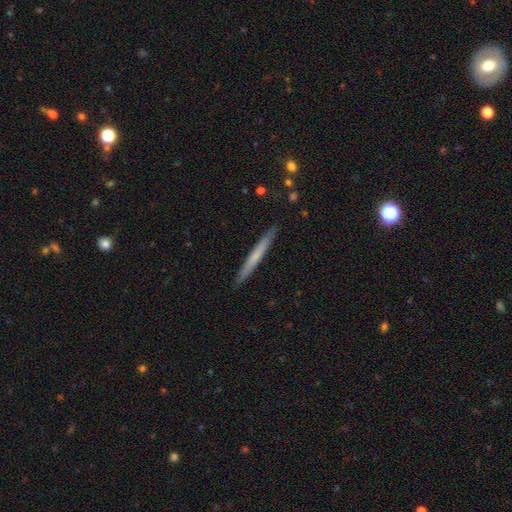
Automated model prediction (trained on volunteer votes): Smooth or featured: smooth — 53% (featured or disk — 42%)
How rounded: cigar-shaped — 97% (in between — 2%)
Merging: none — 91% (minor disturbance — 6%)